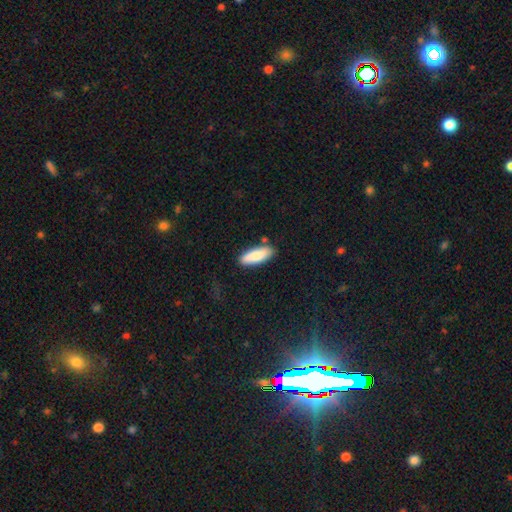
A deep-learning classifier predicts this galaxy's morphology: Smooth or featured?
  - smooth: 83% *
  - featured or disk: 12%
  - star or artifact: 6%
How rounded?
  - in between: 64% *
  - cigar-shaped: 34%
  - round: 2%
Merging?
  - none: 82% *
  - minor disturbance: 12%
  - merger: 4%
  - major disturbance: 3%